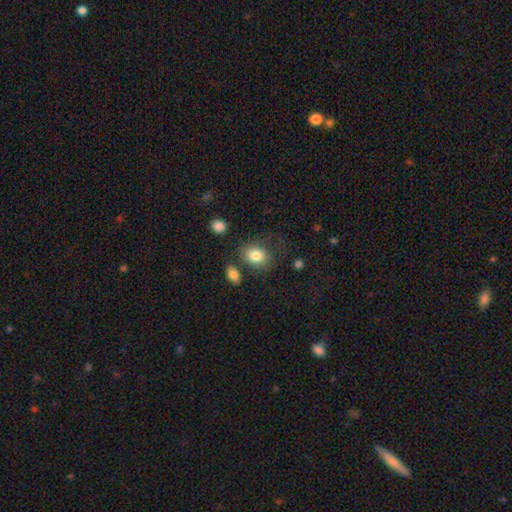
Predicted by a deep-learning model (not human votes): Smooth or featured?
  - smooth: 83% *
  - star or artifact: 9%
  - featured or disk: 8%
How rounded?
  - in between: 55% *
  - round: 44%
  - cigar-shaped: 1%
Merging?
  - none: 68% *
  - minor disturbance: 17%
  - merger: 8%
  - major disturbance: 7%